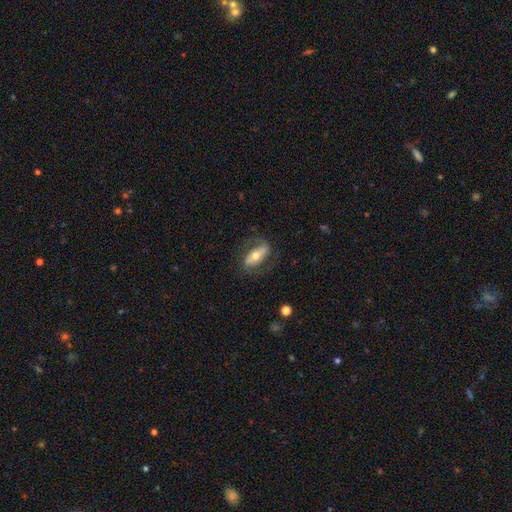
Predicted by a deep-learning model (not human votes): Overall: featured or disk (60%; smooth 33%). Edge-on disk: no (87%). Bar: strong (49%; no 28%). Spiral arms: yes (73%). Bulge size: moderate (63%; small 27%). Merging: none (70%).